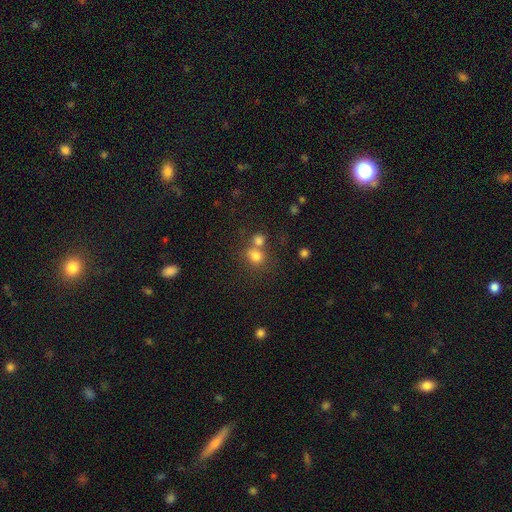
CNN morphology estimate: smooth-or-featured: smooth: 76% | star or artifact: 15% | featured or disk: 9%
  how-rounded: round: 81% | in between: 18% | cigar-shaped: 1%
  merging: none: 48% | merger: 41% | minor disturbance: 8% | major disturbance: 4%